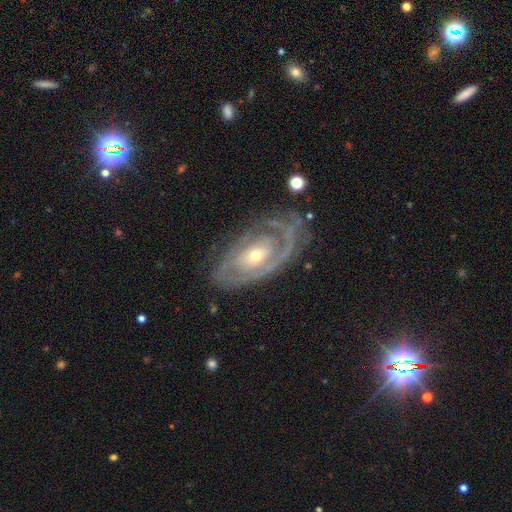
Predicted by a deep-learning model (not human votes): This appears to be a featured or disk galaxy (84%) with no bar (72%), tight (67%) spiral arms (84%) and a small central bulge (57%). Merging: none (62%).